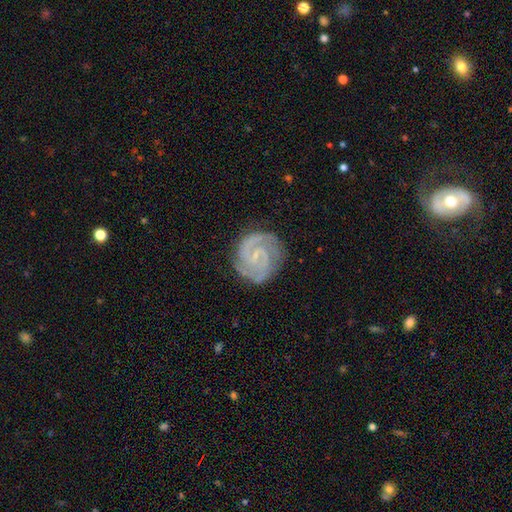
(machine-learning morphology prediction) This is clearly a featured or disk galaxy (90%). It is clearly not viewed edge-on (98%). Bar: possibly weak (46%). Spiral arm pattern: clearly yes (98%). Spiral arm count: likely 2 (70%). Spiral winding: likely tight (65%). Central bulge: likely small (67%). Merging: clearly none (83%).